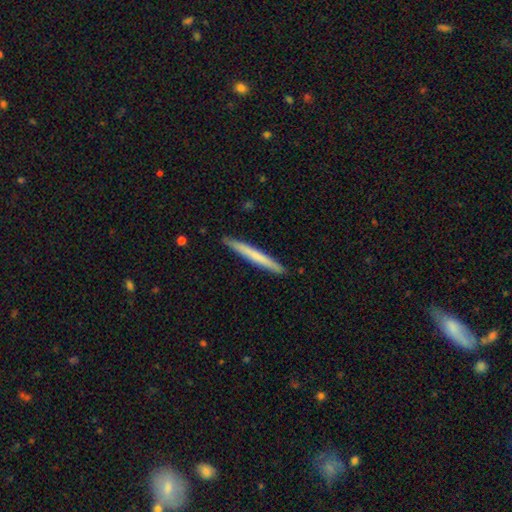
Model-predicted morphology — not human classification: A smooth galaxy with no disk features (63%) that is cigar-shaped (97%).

Vote fractions:
- Smooth or featured? smooth: 63% / featured or disk: 32% / star or artifact: 5%
- How rounded? cigar-shaped: 97% / in between: 2% / round: 1%
- Merging? none: 92% / minor disturbance: 6% / major disturbance: 1% / merger: 1%